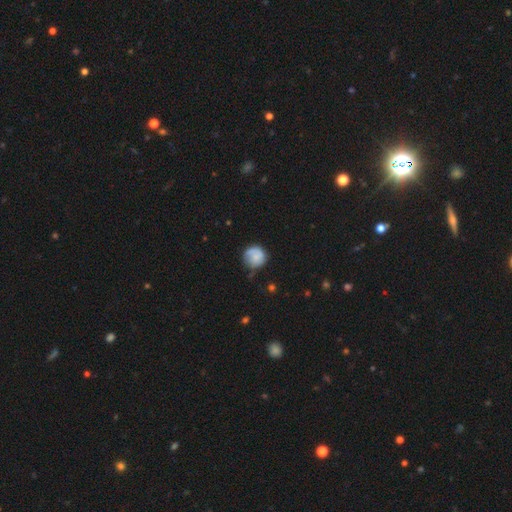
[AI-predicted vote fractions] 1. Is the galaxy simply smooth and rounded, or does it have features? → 60% smooth, 33% featured or disk, 7% star or artifact.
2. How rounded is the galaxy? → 89% round, 11% in between, 1% cigar-shaped.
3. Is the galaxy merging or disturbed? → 64% none, 25% minor disturbance, 9% major disturbance, 2% merger.